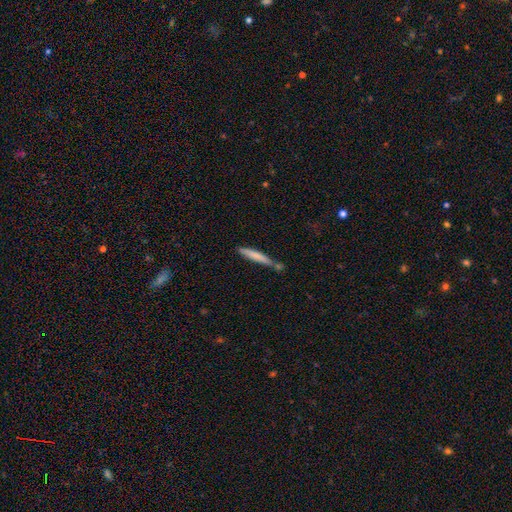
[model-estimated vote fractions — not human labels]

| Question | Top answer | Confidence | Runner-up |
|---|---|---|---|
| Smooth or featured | smooth | 70% | featured or disk (24%) |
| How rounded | cigar-shaped | 95% | in between (4%) |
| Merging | none | 67% | minor disturbance (16%) |